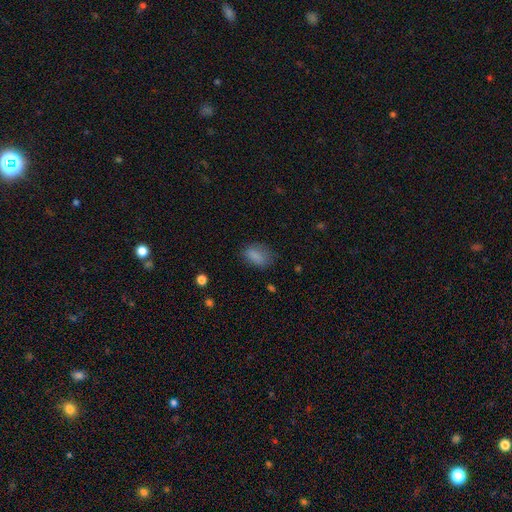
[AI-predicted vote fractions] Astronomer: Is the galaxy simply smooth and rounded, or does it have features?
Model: smooth — 82%.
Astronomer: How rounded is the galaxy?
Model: in between — 86%.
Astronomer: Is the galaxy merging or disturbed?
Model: none — 65%.